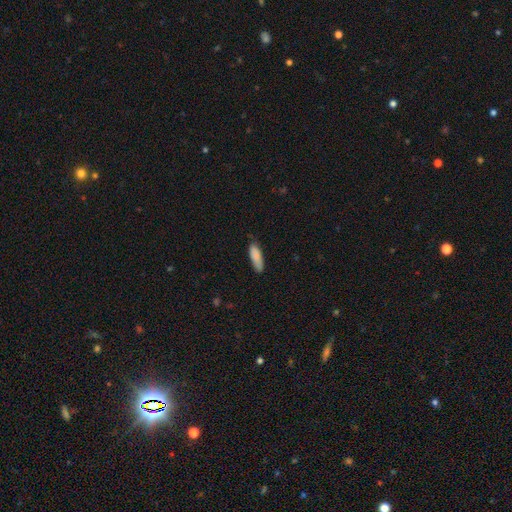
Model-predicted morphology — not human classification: smooth 87%, star or artifact 6%, featured or disk 6%. Down the decision tree: how rounded — in between (51%); merging — none (75%).